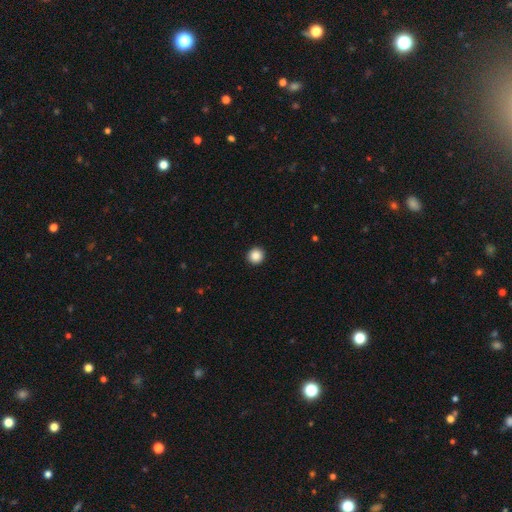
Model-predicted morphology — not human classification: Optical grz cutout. It shows a smooth galaxy with no disk features (88%) that is round (95%). Merging: none (94%).